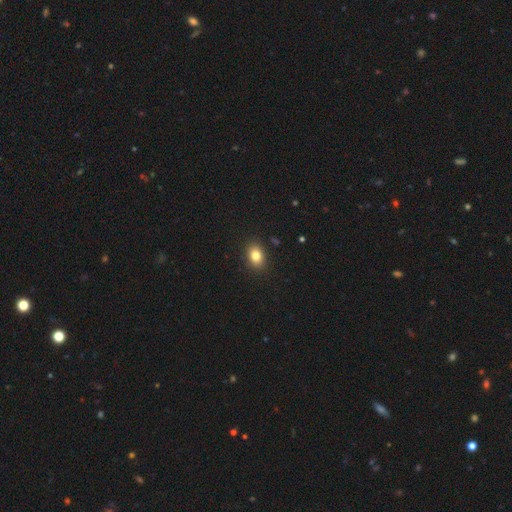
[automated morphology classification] Smooth or featured? smooth (81%)
How rounded? in between (69%)
Merging? none (89%)